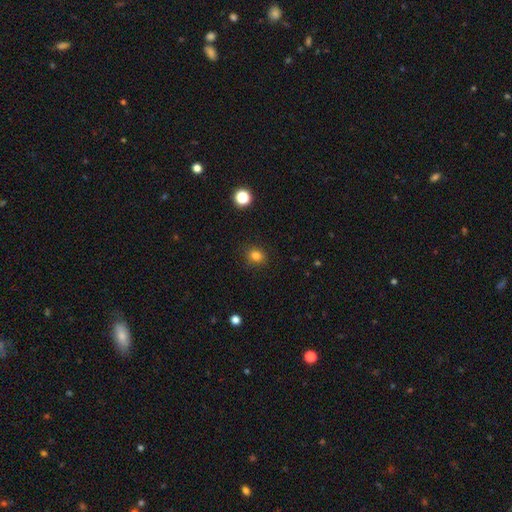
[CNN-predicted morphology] smooth_or_featured: smooth (p=0.81) [alt: star or artifact p=0.14]
how_rounded: round (p=0.70) [alt: in between p=0.29]
merging: none (p=0.88) [alt: minor disturbance p=0.08]